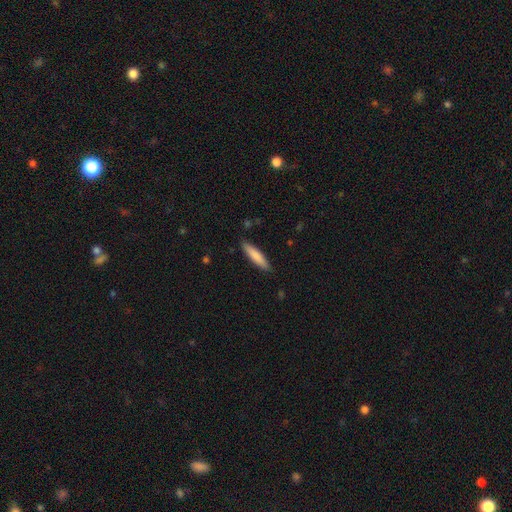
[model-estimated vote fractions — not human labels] smooth_or_featured: smooth (p=0.81) [alt: featured or disk p=0.14]
how_rounded: cigar-shaped (p=0.81) [alt: in between p=0.17]
merging: none (p=0.88) [alt: minor disturbance p=0.09]